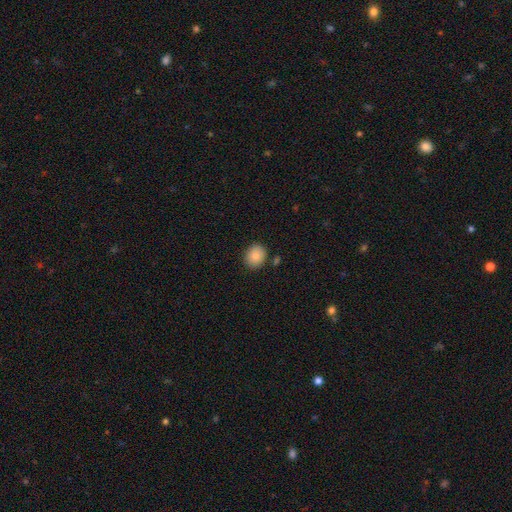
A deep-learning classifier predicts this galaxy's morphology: Smooth or featured? smooth (86%)
How rounded? round (59%)
Merging? none (84%)